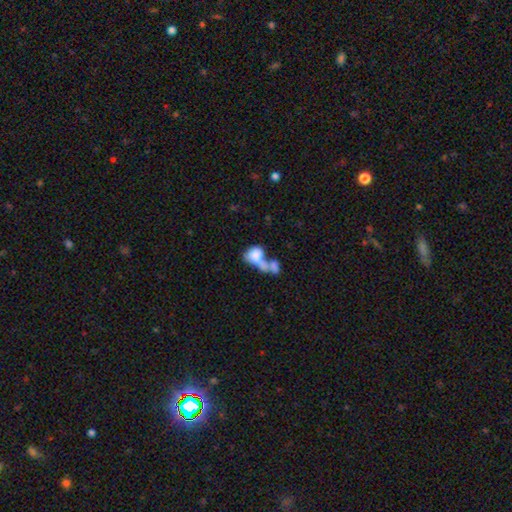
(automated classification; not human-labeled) Smooth or featured? Predicted: smooth (p=0.66). How rounded? Predicted: in between (p=0.77). Merging? Predicted: merger (p=0.66).